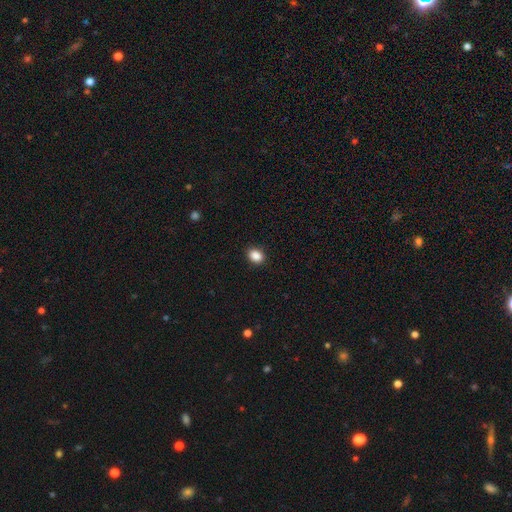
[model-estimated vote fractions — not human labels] Smooth or featured? Predicted: smooth (p=0.88). How rounded? Predicted: in between (p=0.60). Merging? Predicted: none (p=0.89).